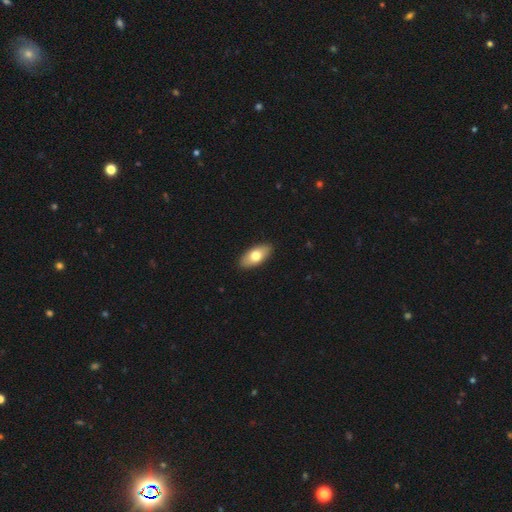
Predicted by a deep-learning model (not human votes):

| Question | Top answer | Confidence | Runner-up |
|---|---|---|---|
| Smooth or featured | smooth | 72% | featured or disk (22%) |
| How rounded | in between | 90% | cigar-shaped (7%) |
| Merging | none | 90% | minor disturbance (8%) |